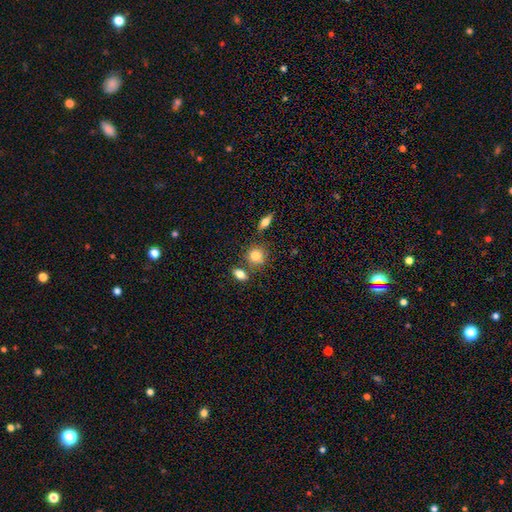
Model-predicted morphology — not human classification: Smooth or featured? smooth (81%)
How rounded? round (71%)
Merging? none (69%)